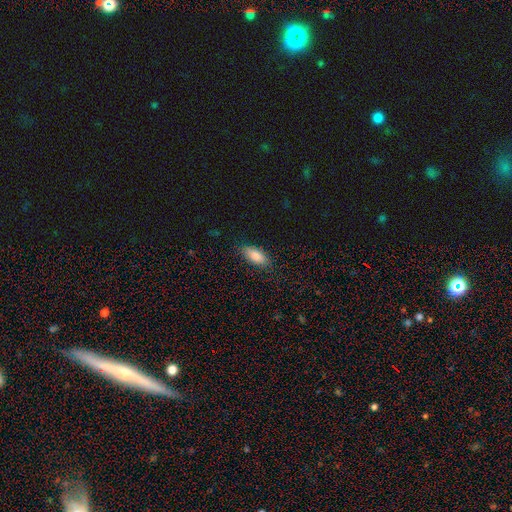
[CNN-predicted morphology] A smooth galaxy with no disk features (85%) that is in between round and cigar-shaped (86%).

Vote fractions:
- Smooth or featured? smooth: 85% / featured or disk: 9% / star or artifact: 7%
- How rounded? in between: 86% / cigar-shaped: 12% / round: 2%
- Merging? none: 84% / minor disturbance: 13% / major disturbance: 3% / merger: 1%